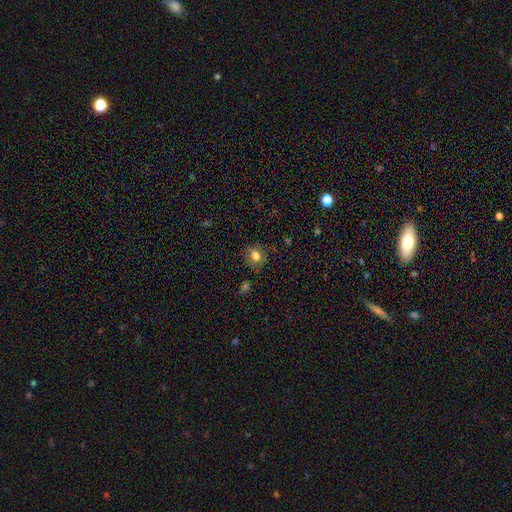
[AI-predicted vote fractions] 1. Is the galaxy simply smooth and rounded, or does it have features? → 77% smooth, 12% featured or disk, 11% star or artifact.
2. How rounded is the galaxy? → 69% round, 30% in between, 1% cigar-shaped.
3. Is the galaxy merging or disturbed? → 80% none, 14% minor disturbance, 4% major disturbance, 2% merger.